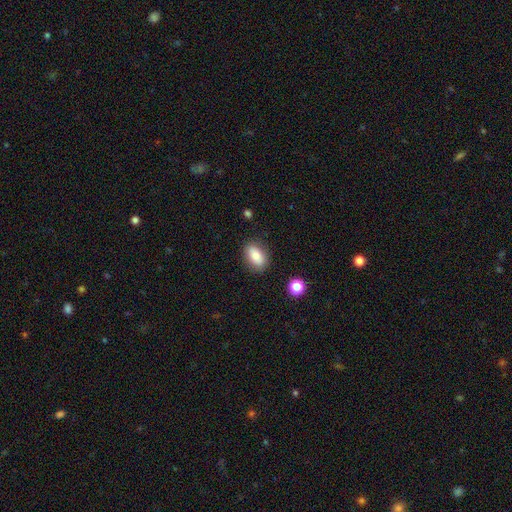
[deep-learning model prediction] A smooth galaxy with no disk features (79%) that is in between round and cigar-shaped (85%). Merging: none (84%).